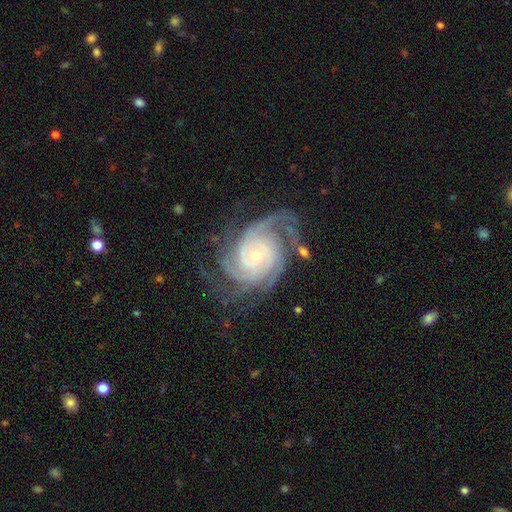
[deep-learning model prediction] Smooth or featured? featured or disk (92%)
Edge-on disk? no (97%)
Bar? no (68%)
Spiral arms? yes (98%)
Spiral winding? tight (69%)
Spiral arm count? 4 (31%)
Bulge size? small (64%)
Merging? none (68%)